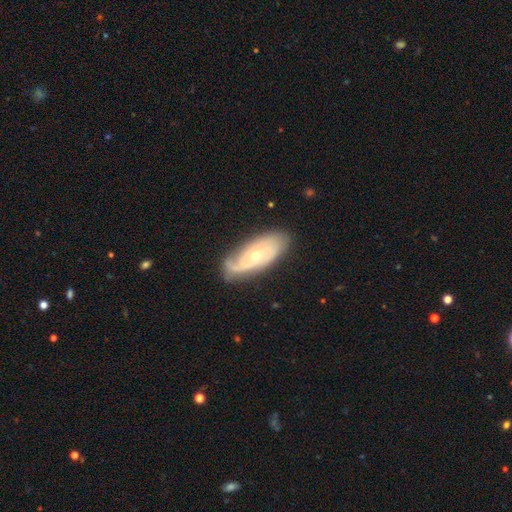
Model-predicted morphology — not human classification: Smooth or featured? featured or disk (73%)
Edge-on disk? no (90%)
Bar? no (76%)
Spiral arms? yes (87%)
Spiral winding? tight (53%)
Spiral arm count? 2 (36%)
Bulge size? small (66%)
Merging? none (69%)